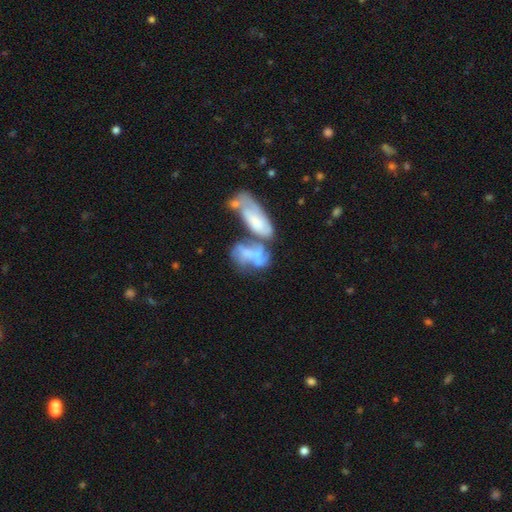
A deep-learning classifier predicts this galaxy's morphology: type=featured or disk (53%); edge-on=no (93%); merging=merger (57%).